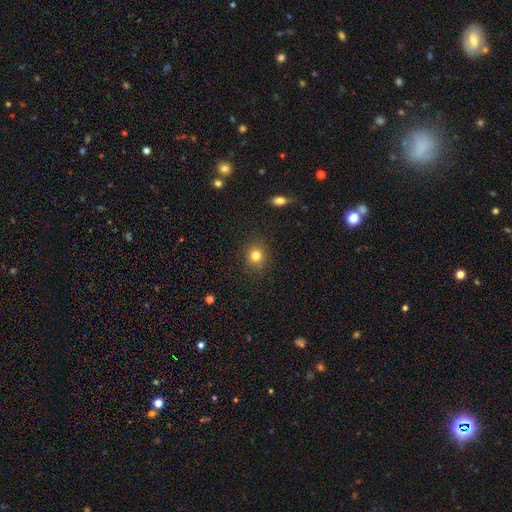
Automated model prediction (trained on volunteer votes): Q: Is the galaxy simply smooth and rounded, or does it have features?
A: smooth — 81%.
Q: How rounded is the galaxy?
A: round — 81%.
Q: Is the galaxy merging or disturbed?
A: none — 88%.